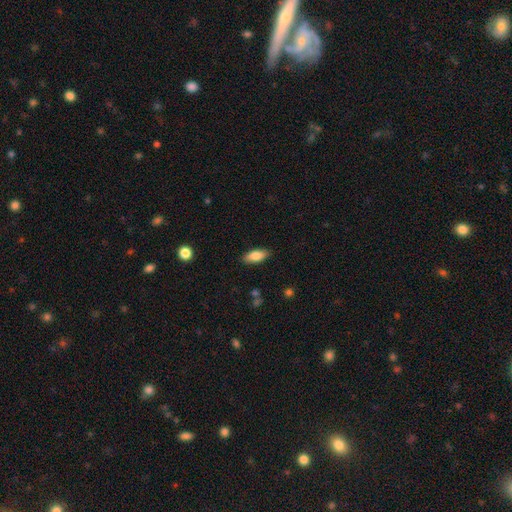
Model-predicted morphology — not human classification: smooth-or-featured: smooth: 81% | featured or disk: 13% | star or artifact: 7%
  how-rounded: in between: 81% | cigar-shaped: 16% | round: 2%
  merging: none: 86% | minor disturbance: 10% | major disturbance: 2% | merger: 1%